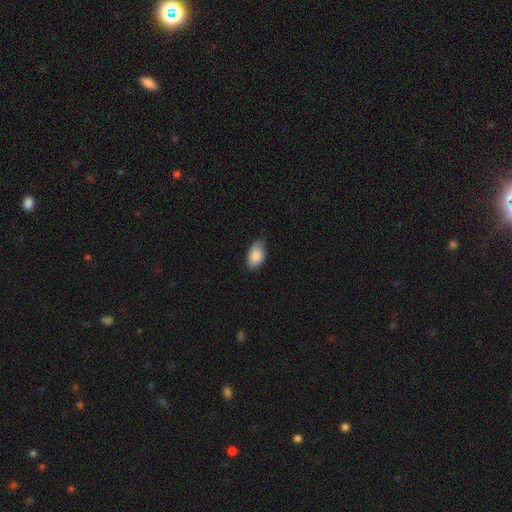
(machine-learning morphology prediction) A smooth galaxy with no disk features (84%) that is in between round and cigar-shaped (93%). Merging: none (65%).